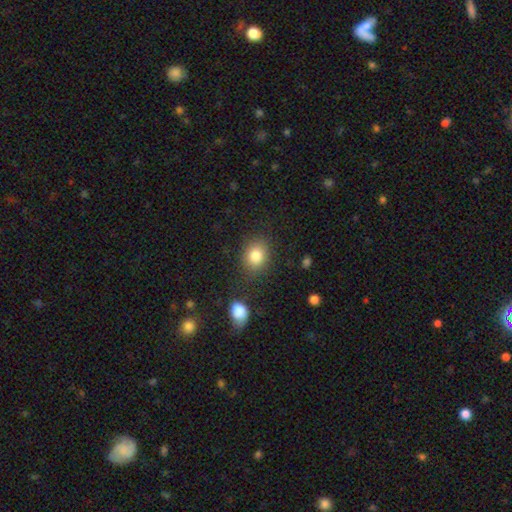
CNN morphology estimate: type=smooth (83%); roundness=round (55%); merging=none (81%).